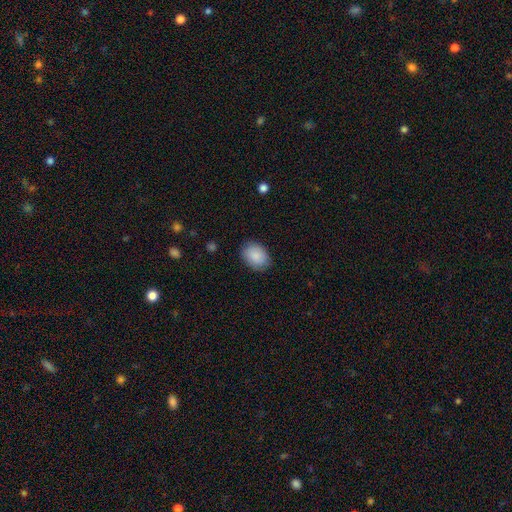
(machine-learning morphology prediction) A smooth galaxy with no disk features (88%) that is in between round and cigar-shaped (77%). Merging: none (85%).